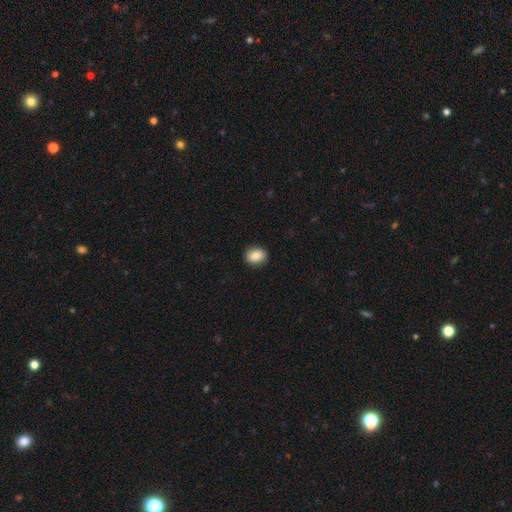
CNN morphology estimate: The model was most divided on "how rounded": in between: 57%, round: 42%, cigar-shaped: 1%. More confident: merging — none (89%); smooth or featured — smooth (87%).